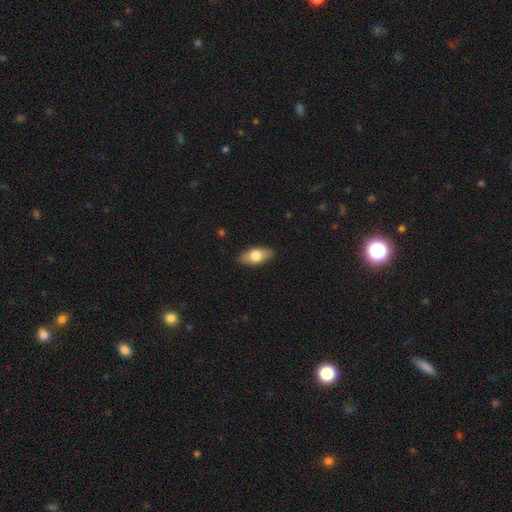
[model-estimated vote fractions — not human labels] A smooth galaxy with no disk features (72%) that is in between round and cigar-shaped (88%).

Vote fractions:
- Smooth or featured? smooth: 72% / featured or disk: 22% / star or artifact: 6%
- How rounded? in between: 88% / cigar-shaped: 8% / round: 3%
- Merging? none: 88% / minor disturbance: 9% / major disturbance: 2% / merger: 1%